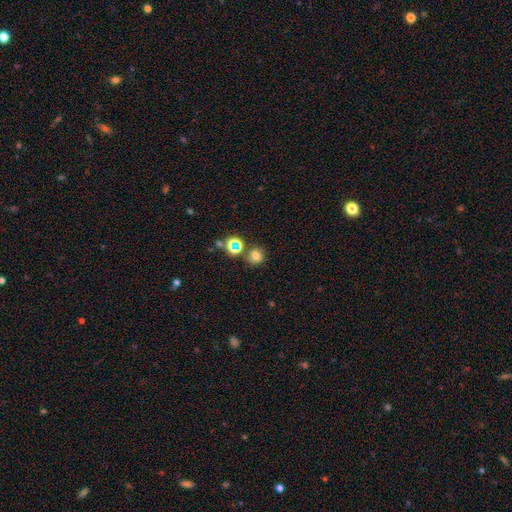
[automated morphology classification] Overall: smooth (71%). How rounded: round (85%). Merging: none (76%).